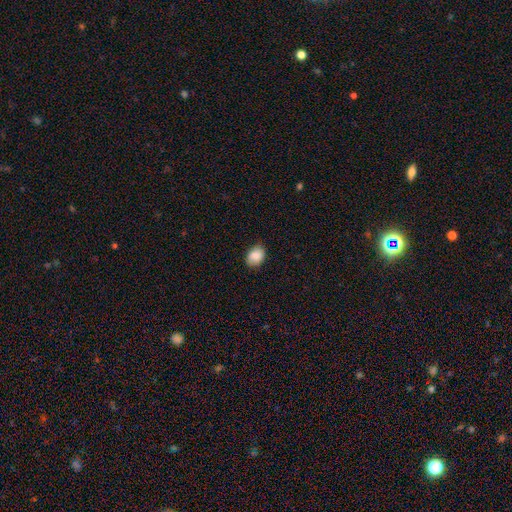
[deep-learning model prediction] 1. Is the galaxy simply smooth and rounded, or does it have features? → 86% smooth, 7% star or artifact, 6% featured or disk.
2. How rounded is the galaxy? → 71% in between, 28% round, 1% cigar-shaped.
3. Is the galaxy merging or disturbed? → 80% none, 16% minor disturbance, 3% major disturbance, 1% merger.